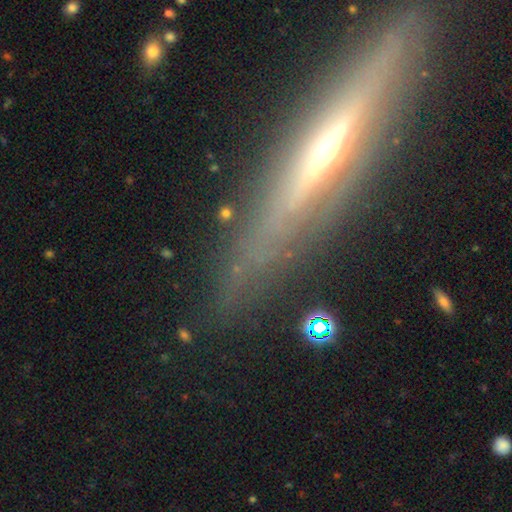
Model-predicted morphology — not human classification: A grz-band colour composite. It shows a featured or disk galaxy (72%) viewed edge-on (83%) with a rounded central bulge (80%). Merging: none (74%).